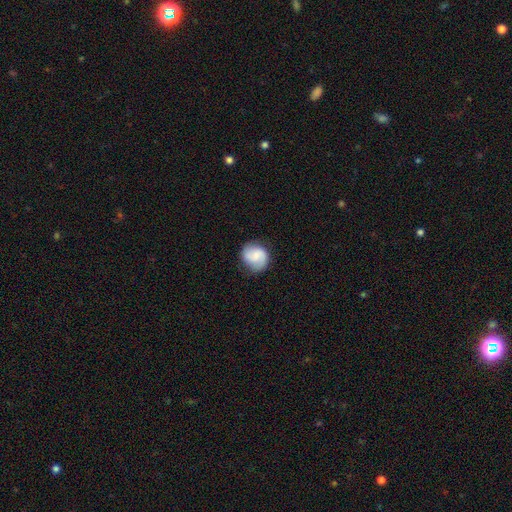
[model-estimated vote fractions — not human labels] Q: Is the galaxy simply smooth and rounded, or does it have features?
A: smooth — 51%.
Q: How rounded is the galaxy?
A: round — 80%.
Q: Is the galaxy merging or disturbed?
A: none — 77%.